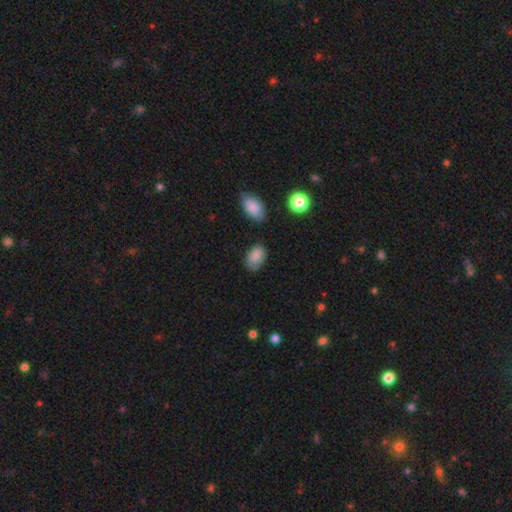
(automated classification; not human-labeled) The model was most divided on "merging": none: 70%, minor disturbance: 22%, major disturbance: 5%, merger: 3%. More confident: how rounded — in between (90%); smooth or featured — smooth (85%).